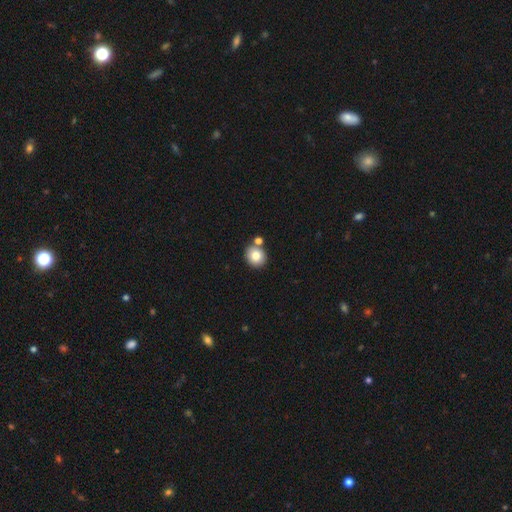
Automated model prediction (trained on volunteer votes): This appears to be a smooth galaxy with no disk features (80%) that is round (78%). Merging: none (70%).